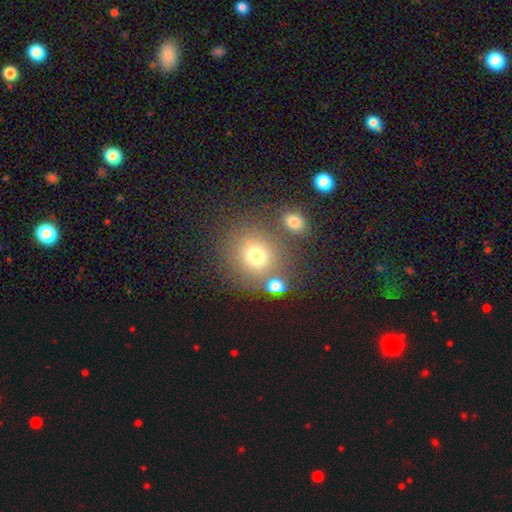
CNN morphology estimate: smooth 74%, star or artifact 15%, featured or disk 11%. Down the decision tree: how rounded — round (82%); merging — none (67%).